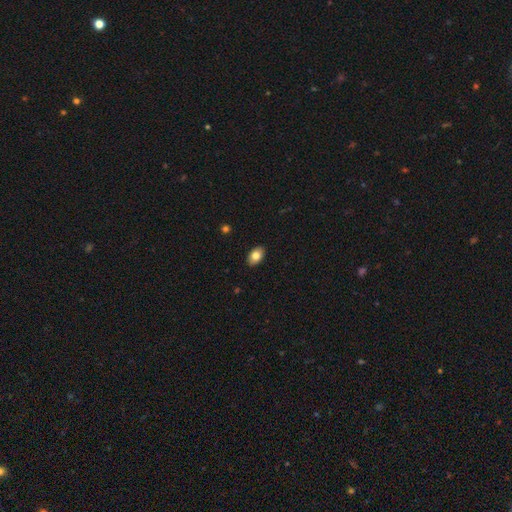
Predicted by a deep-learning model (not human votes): smooth 81%, featured or disk 12%, star or artifact 7%. Down the decision tree: how rounded — in between (90%); merging — none (90%).